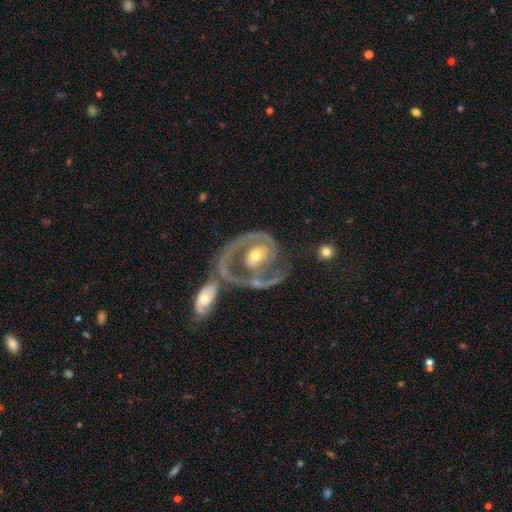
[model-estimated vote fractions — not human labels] A featured or disk galaxy (80%) with no bar (60%), 2 (44%) tight (47%) spiral arms (69%) and a moderate central bulge (64%). Merging: none (32%).